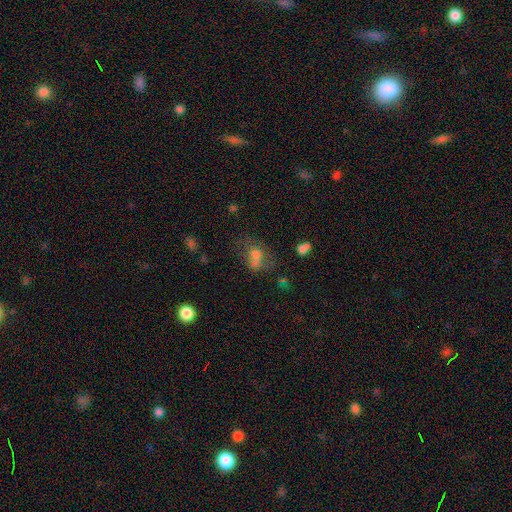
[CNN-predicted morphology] Smooth or featured?
  - smooth: 57% *
  - featured or disk: 22%
  - star or artifact: 21%
How rounded?
  - in between: 58% *
  - round: 40%
  - cigar-shaped: 2%
Merging?
  - none: 37% *
  - merger: 24%
  - major disturbance: 20%
  - minor disturbance: 20%